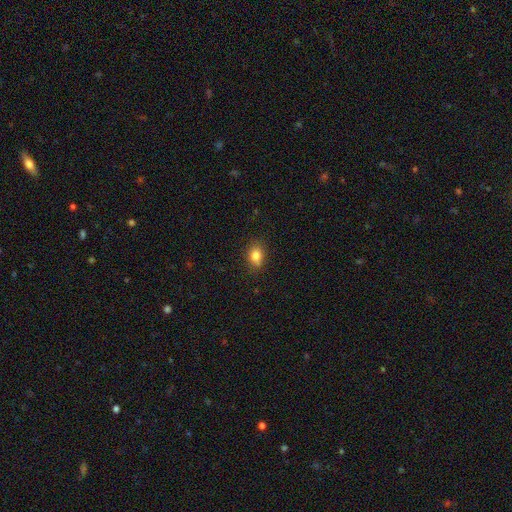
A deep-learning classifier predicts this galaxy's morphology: Overall: smooth (83%). How rounded: in between (72%). Merging: none (81%).